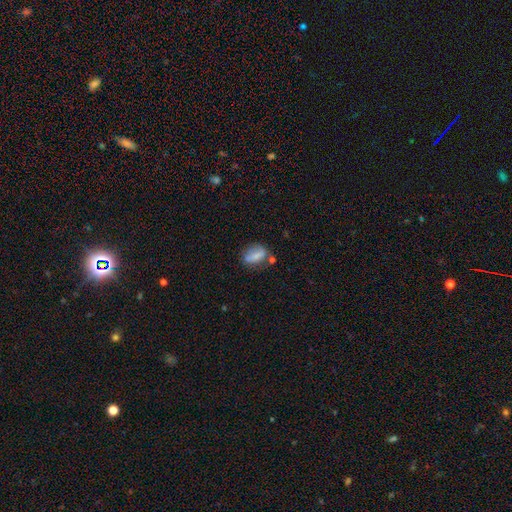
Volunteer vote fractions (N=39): Smooth or featured? smooth (64%)
How rounded? in between (80%)
Merging? none (46%)